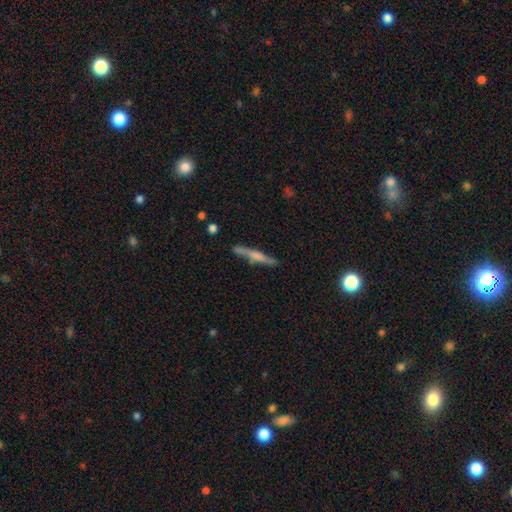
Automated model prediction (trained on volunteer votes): Morphology: type=featured or disk (48%); merging=none (81%).